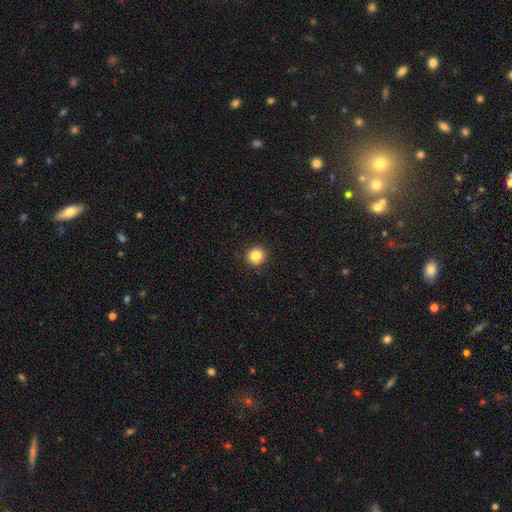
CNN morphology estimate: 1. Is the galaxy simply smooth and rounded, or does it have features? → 84% smooth, 11% star or artifact, 5% featured or disk.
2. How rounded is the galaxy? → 92% round, 8% in between, 1% cigar-shaped.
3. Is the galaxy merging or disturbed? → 92% none, 6% minor disturbance, 2% major disturbance, 1% merger.